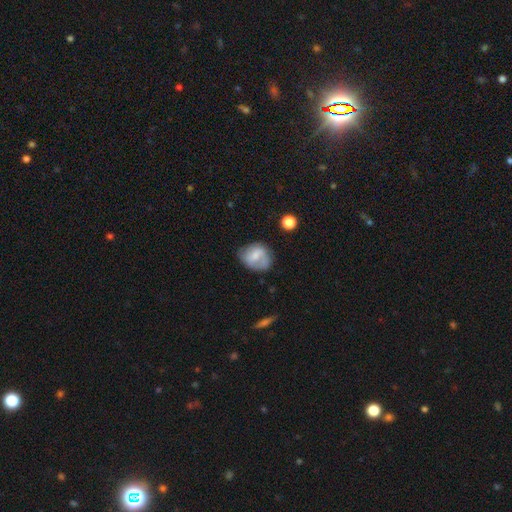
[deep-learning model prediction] featured or disk 48%, smooth 45%, star or artifact 8%. Down the decision tree: merging — none (61%).